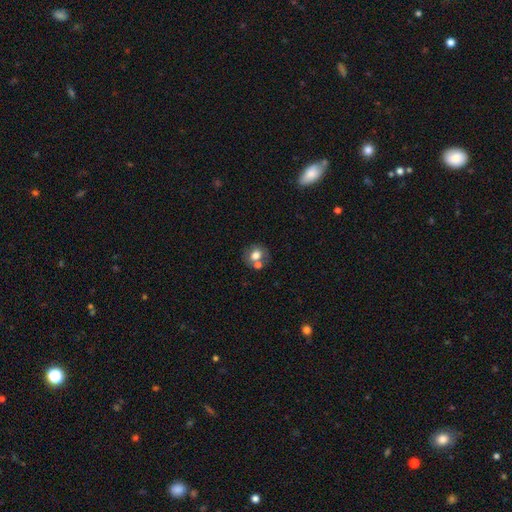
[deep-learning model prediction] Smooth or featured: smooth — 71% (featured or disk — 19%)
How rounded: round — 75% (in between — 24%)
Merging: none — 55% (merger — 29%)